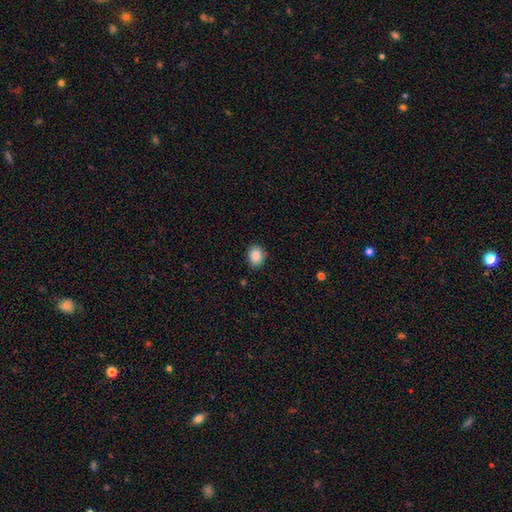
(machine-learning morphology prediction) Smooth or featured? Predicted: smooth (p=0.87). How rounded? Predicted: round (p=0.55). Merging? Predicted: none (p=0.86).